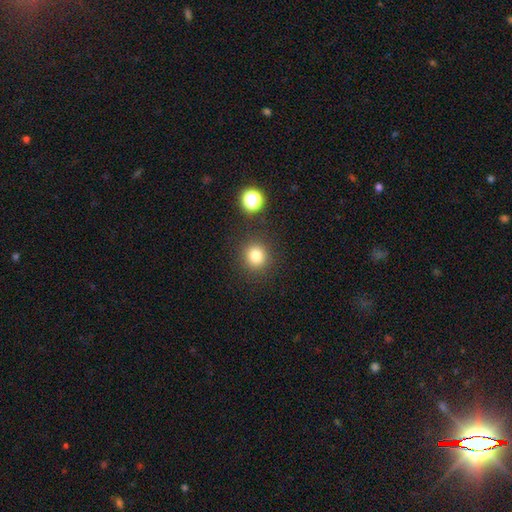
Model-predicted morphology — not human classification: This is likely a smooth galaxy (80%). How rounded: clearly round (91%). Merging: clearly none (88%).